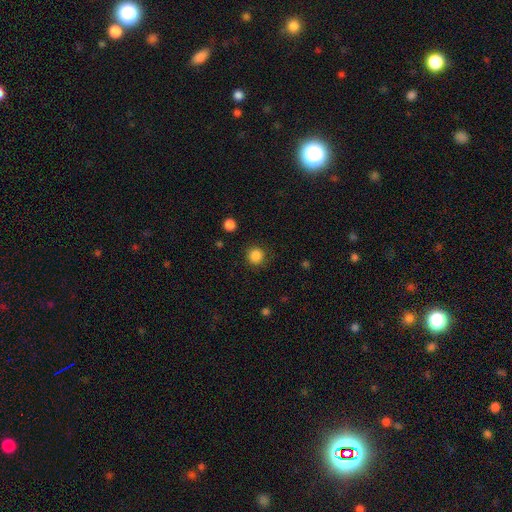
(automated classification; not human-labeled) smooth_or_featured: smooth (p=0.86) [alt: star or artifact p=0.11]
how_rounded: round (p=0.94) [alt: in between p=0.05]
merging: none (p=0.89) [alt: minor disturbance p=0.07]